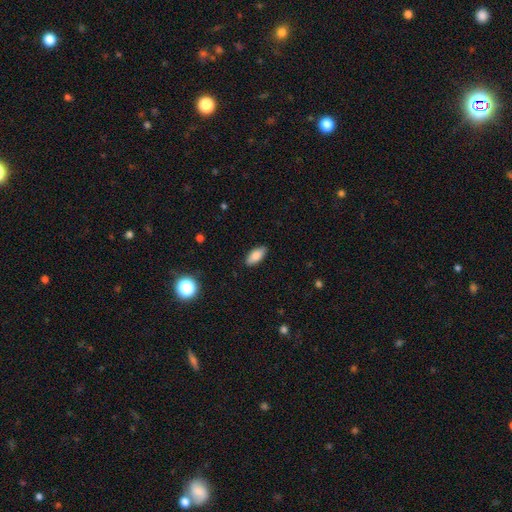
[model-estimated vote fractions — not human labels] Morphology: type=smooth (84%); roundness=in between (87%); merging=none (88%).